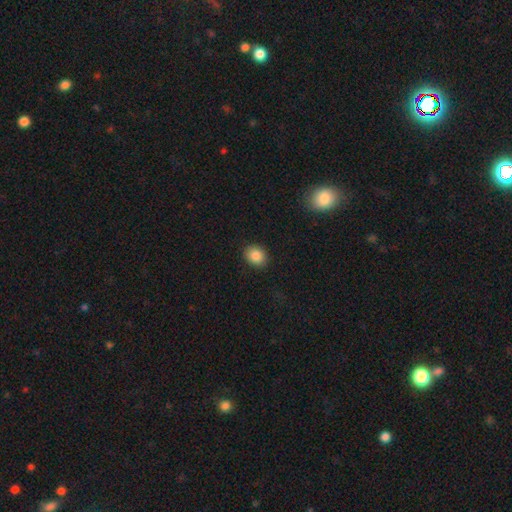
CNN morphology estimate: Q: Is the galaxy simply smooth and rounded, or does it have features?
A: smooth — 86%.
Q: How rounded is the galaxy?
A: round — 57%.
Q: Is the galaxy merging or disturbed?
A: none — 90%.